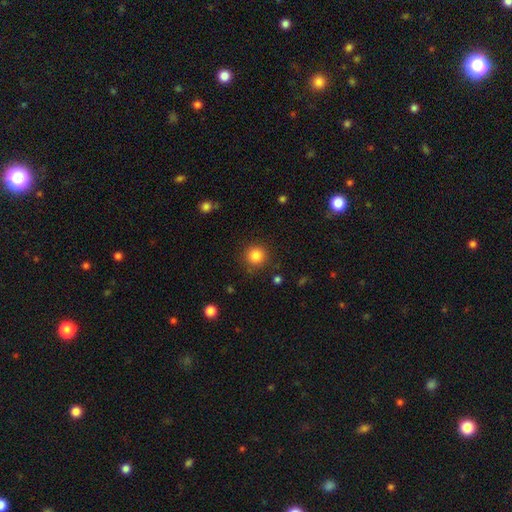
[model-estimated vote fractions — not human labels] This is clearly a smooth galaxy (84%). How rounded: clearly round (94%). Merging: clearly none (88%).